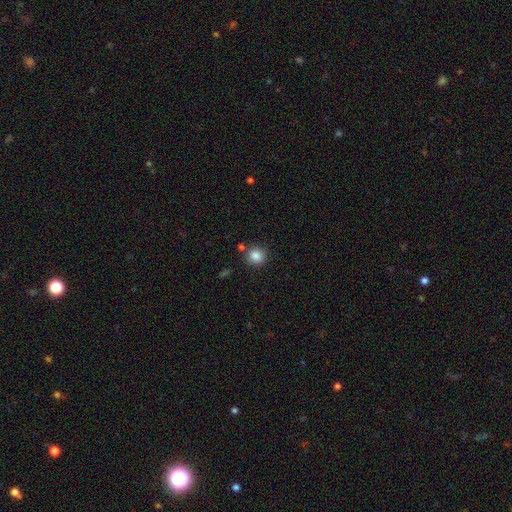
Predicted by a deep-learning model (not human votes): smooth_or_featured: smooth (p=0.86) [alt: star or artifact p=0.10]
how_rounded: round (p=0.87) [alt: in between p=0.12]
merging: none (p=0.81) [alt: minor disturbance p=0.09]